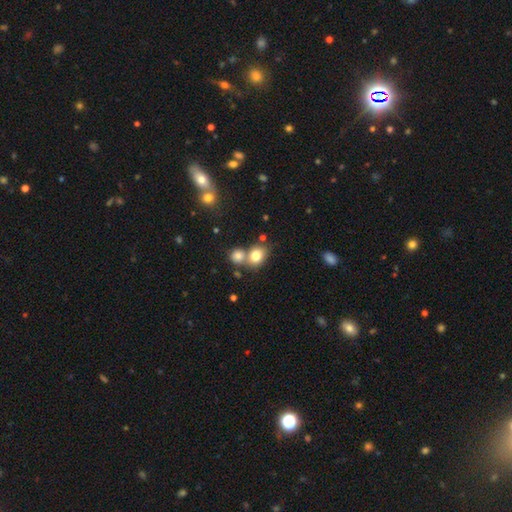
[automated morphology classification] Smooth or featured?
  - smooth: 80% *
  - star or artifact: 10%
  - featured or disk: 10%
How rounded?
  - round: 53% *
  - in between: 46%
  - cigar-shaped: 1%
Merging?
  - none: 48% *
  - merger: 39%
  - minor disturbance: 9%
  - major disturbance: 4%